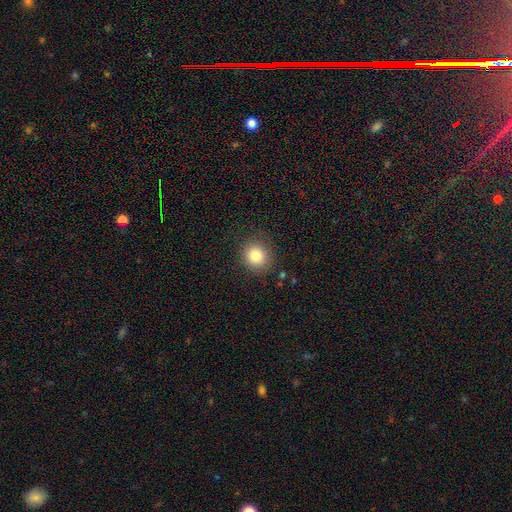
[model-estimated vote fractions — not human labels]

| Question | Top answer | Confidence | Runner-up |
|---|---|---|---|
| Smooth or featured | smooth | 82% | star or artifact (11%) |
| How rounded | round | 86% | in between (13%) |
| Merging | none | 86% | minor disturbance (9%) |